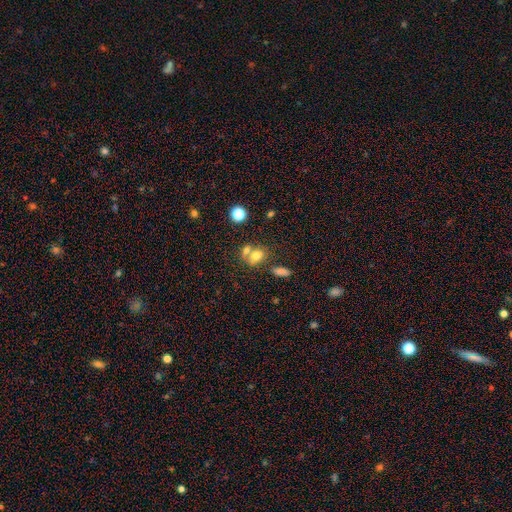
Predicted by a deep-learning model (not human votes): Smooth or featured?
  - smooth: 68% *
  - featured or disk: 18%
  - star or artifact: 14%
How rounded?
  - in between: 59% *
  - round: 39%
  - cigar-shaped: 2%
Merging?
  - merger: 48% *
  - none: 36%
  - minor disturbance: 11%
  - major disturbance: 5%